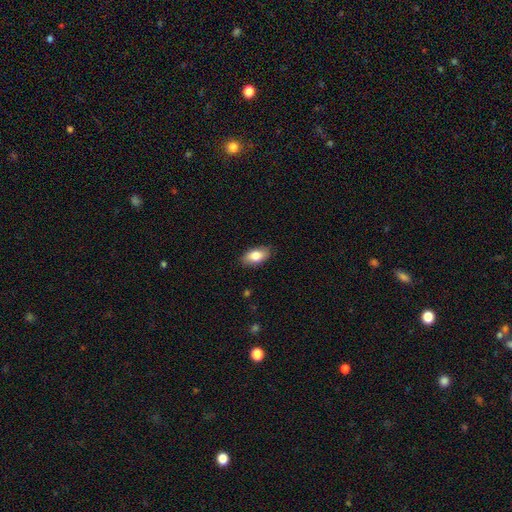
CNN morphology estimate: smooth 81%, featured or disk 12%, star or artifact 7%. Down the decision tree: how rounded — in between (91%); merging — none (85%).